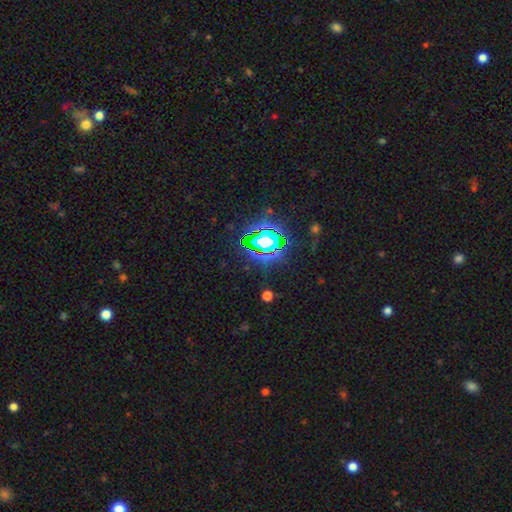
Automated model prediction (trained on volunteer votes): Smooth or featured: star or artifact — 80% (smooth — 13%)